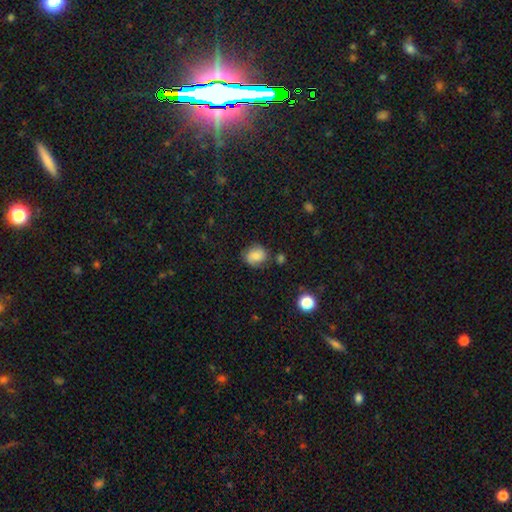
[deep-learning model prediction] smooth_or_featured: smooth (p=0.74) [alt: featured or disk p=0.15]
how_rounded: round (p=0.59) [alt: in between p=0.40]
merging: none (p=0.70) [alt: minor disturbance p=0.20]